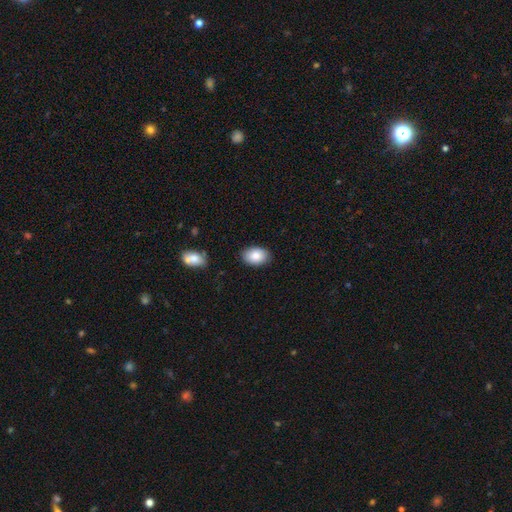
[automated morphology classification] This appears to be a smooth galaxy with no disk features (87%) that is in between round and cigar-shaped (87%). Merging: none (87%).